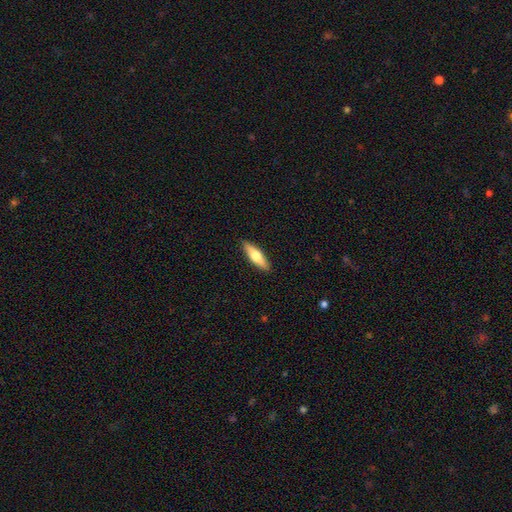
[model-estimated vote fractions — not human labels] This is possibly a smooth galaxy (57%). How rounded: likely cigar-shaped (62%). Merging: clearly none (90%).